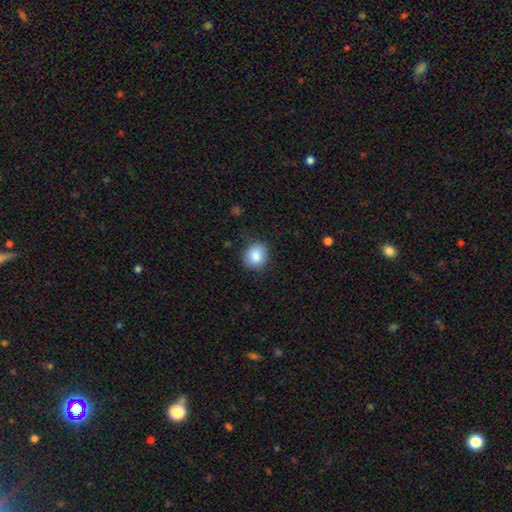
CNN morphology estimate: Q: Smooth or featured?
A: smooth (86%); runner-up: star or artifact (9%)
Q: How rounded?
A: round (74%); runner-up: in between (25%)
Q: Merging?
A: none (83%); runner-up: minor disturbance (13%)